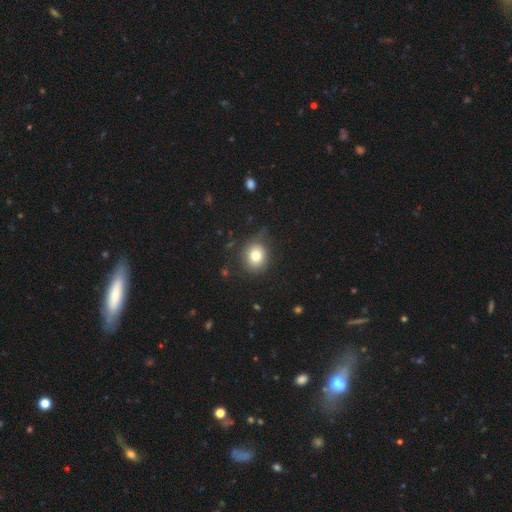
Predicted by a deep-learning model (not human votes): smooth 78%, featured or disk 12%, star or artifact 10%. Down the decision tree: how rounded — round (71%); merging — none (74%).